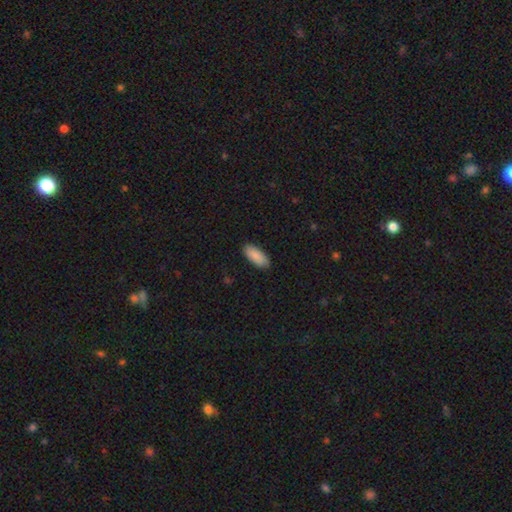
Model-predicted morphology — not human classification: This appears to be a smooth galaxy with no disk features (88%) that is in between round and cigar-shaped (86%). Merging: none (88%).